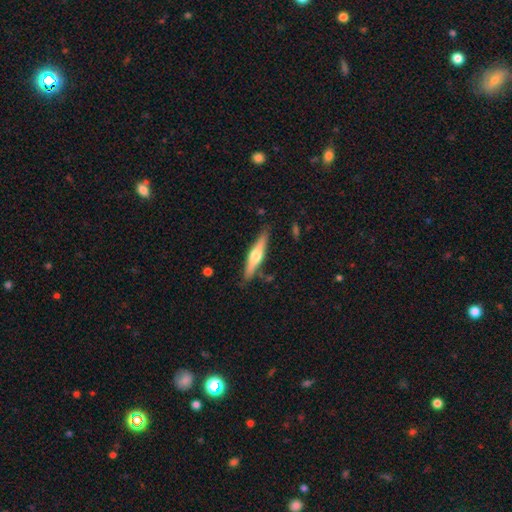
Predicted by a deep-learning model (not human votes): This appears to be a featured or disk galaxy (55%) viewed edge-on (95%) with a rounded central bulge (91%). Merging: none (84%).